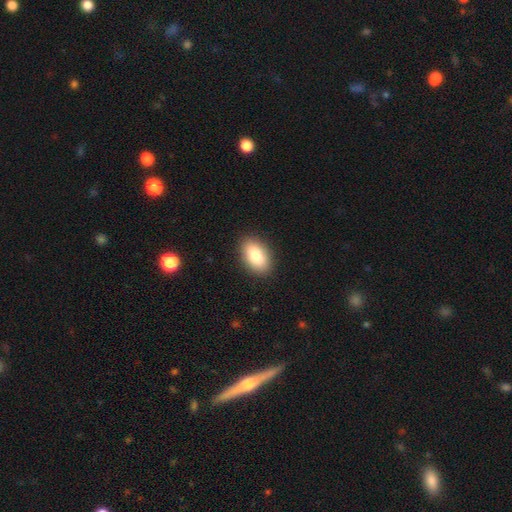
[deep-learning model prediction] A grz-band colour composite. It shows a smooth galaxy with no disk features (84%) that is in between round and cigar-shaped (92%). Merging: none (89%).